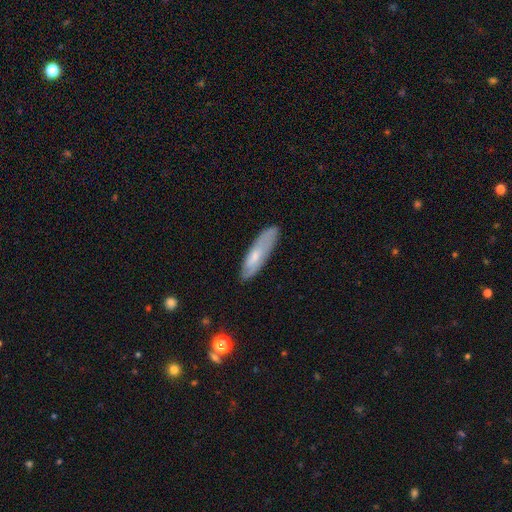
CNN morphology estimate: This appears to be a smooth galaxy with no disk features (58%) that is cigar-shaped (64%). Merging: none (77%).